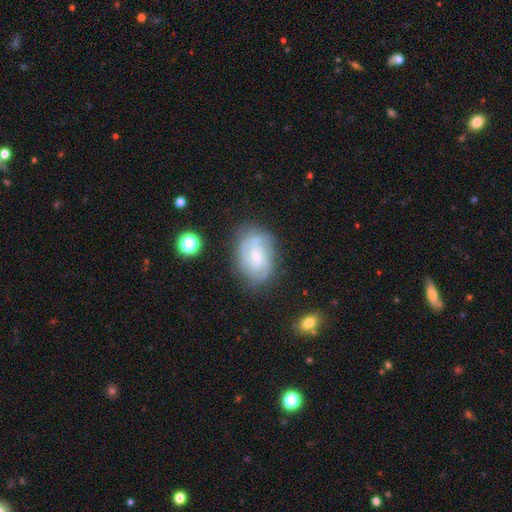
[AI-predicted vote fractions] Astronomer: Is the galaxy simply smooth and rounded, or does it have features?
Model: featured or disk — 76%.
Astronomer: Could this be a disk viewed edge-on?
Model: no — 97%.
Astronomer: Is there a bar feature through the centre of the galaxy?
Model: weak — 47% (runner-up: no, 44%).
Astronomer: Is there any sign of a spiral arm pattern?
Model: yes — 92%.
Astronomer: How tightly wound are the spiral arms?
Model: tight — 50% (runner-up: medium, 39%).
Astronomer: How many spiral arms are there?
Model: can't tell — 29% (runner-up: 3, 28%).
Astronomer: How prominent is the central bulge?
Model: small — 52% (runner-up: moderate, 34%).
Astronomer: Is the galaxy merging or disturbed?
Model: none — 70%.